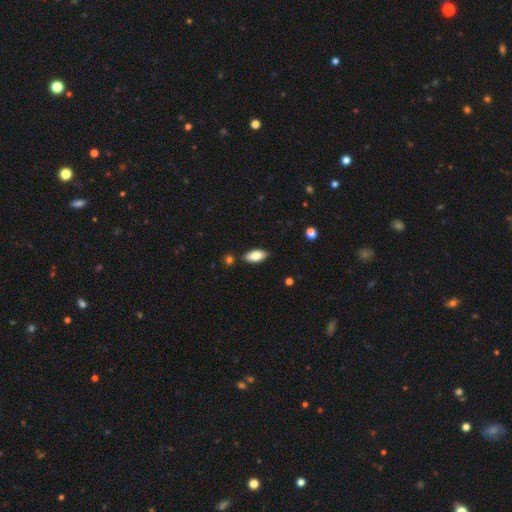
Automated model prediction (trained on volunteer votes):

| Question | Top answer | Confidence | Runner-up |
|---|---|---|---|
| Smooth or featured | smooth | 83% | featured or disk (11%) |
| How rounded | in between | 90% | cigar-shaped (8%) |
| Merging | none | 86% | minor disturbance (9%) |